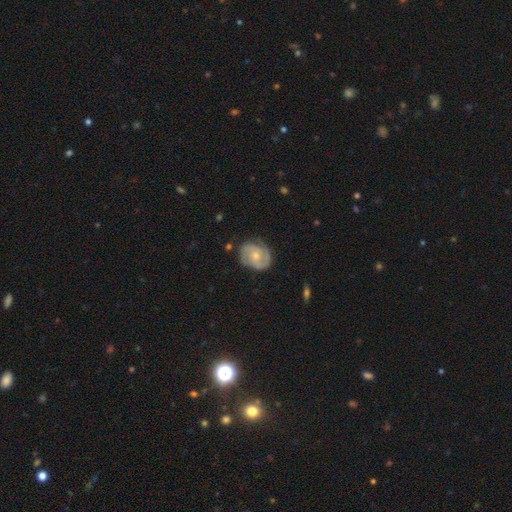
Overall: featured or disk (92%). Edge-on disk: no (97%). Bar: no (60%; weak 37%). Spiral arms: yes (91%). Spiral arm count: 2 (84%). Spiral winding: tight (50%; medium 44%). Bulge size: small (51%; moderate 40%). Merging: none (79%).